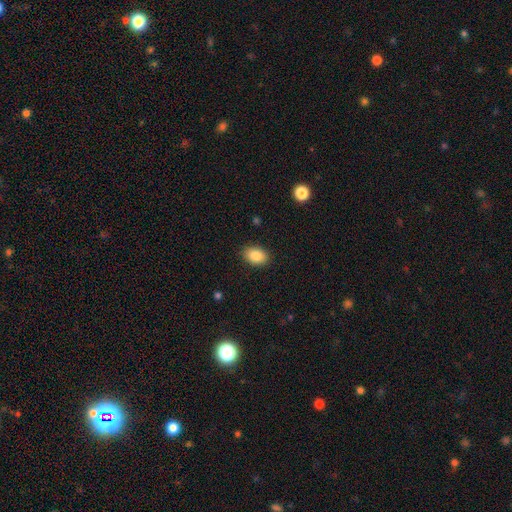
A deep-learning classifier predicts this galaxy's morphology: This appears to be a smooth galaxy with no disk features (87%) that is in between round and cigar-shaped (83%). Merging: none (88%).